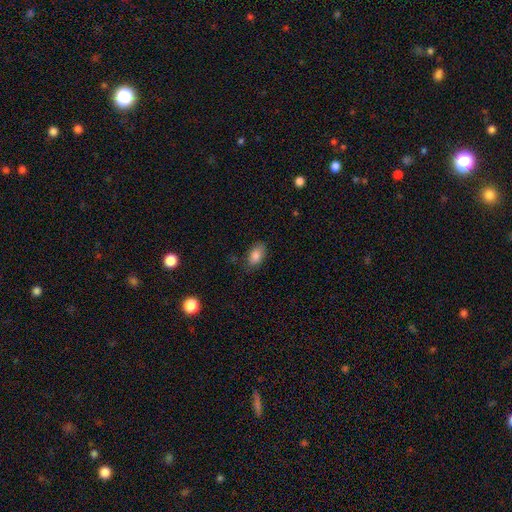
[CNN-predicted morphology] This appears to be a smooth galaxy with no disk features (84%) that is in between round and cigar-shaped (90%). Merging: none (75%).